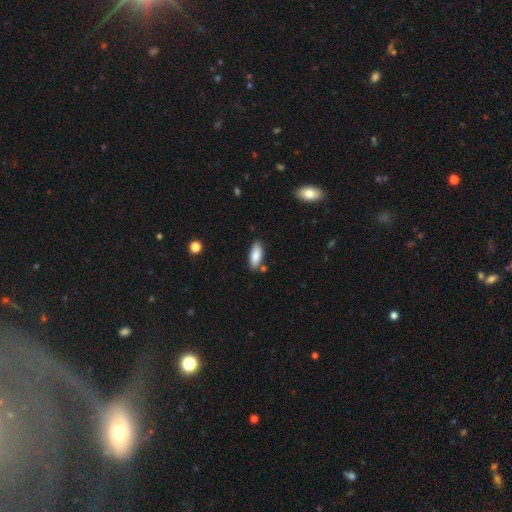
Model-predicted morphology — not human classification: A smooth galaxy with no disk features (85%) that is in between round and cigar-shaped (79%). Merging: none (78%).